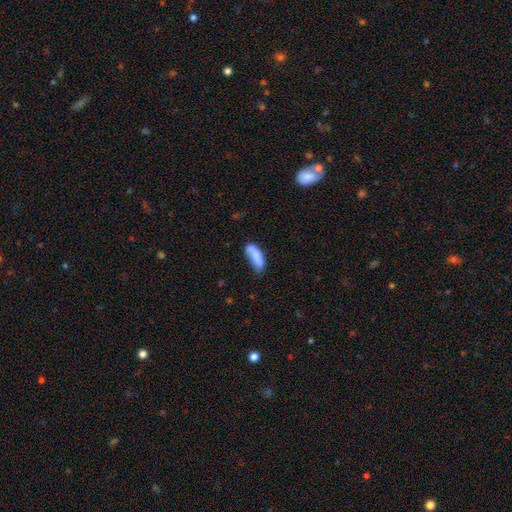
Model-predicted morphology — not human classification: Smooth or featured? Predicted: smooth (p=0.78). How rounded? Predicted: in between (p=0.65). Merging? Predicted: none (p=0.48).